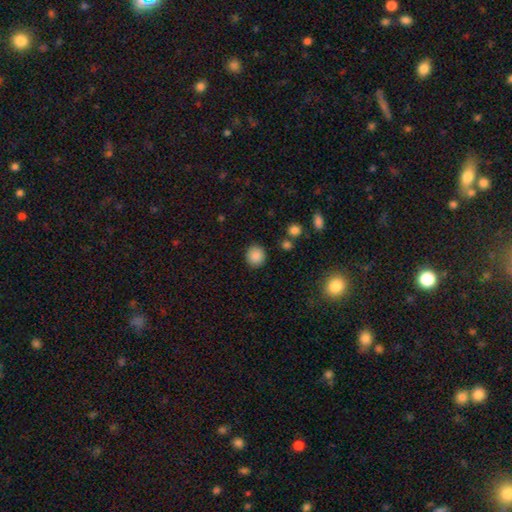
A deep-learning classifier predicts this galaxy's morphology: The model was most divided on "how rounded": round: 87%, in between: 12%, cigar-shaped: 1%. More confident: merging — none (89%); smooth or featured — smooth (87%).